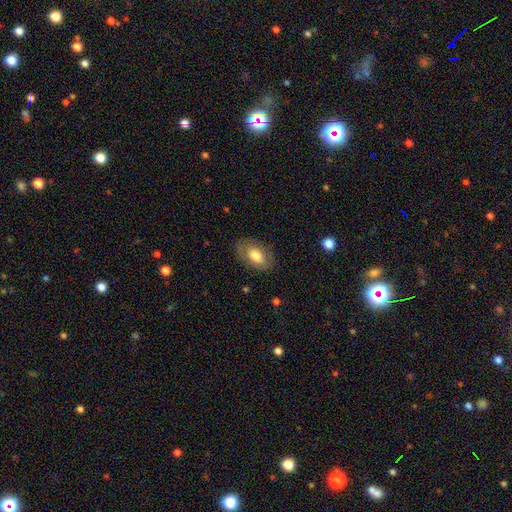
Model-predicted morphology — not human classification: The model was most divided on "smooth or featured": smooth: 74%, featured or disk: 18%, star or artifact: 7%. More confident: how rounded — in between (89%); merging — none (80%).